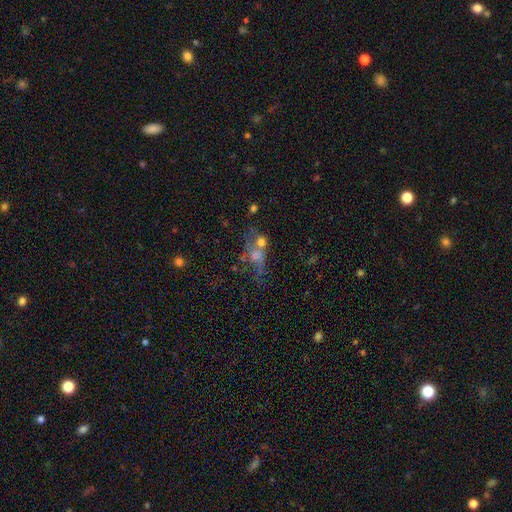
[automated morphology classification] Smooth or featured: smooth — 41% (featured or disk — 35%)
Merging: merger — 36% (none — 34%)